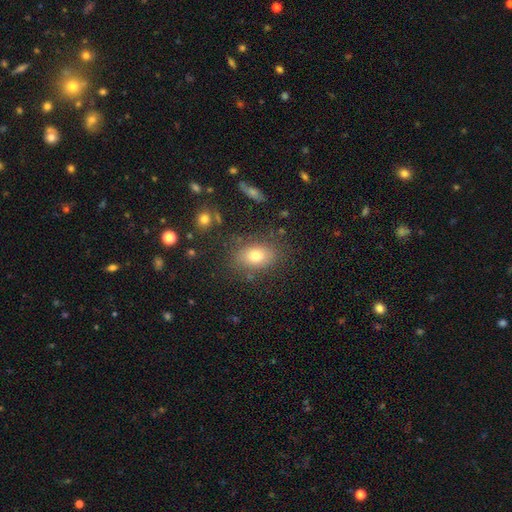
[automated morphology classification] Smooth or featured? smooth (76%)
How rounded? in between (76%)
Merging? none (80%)